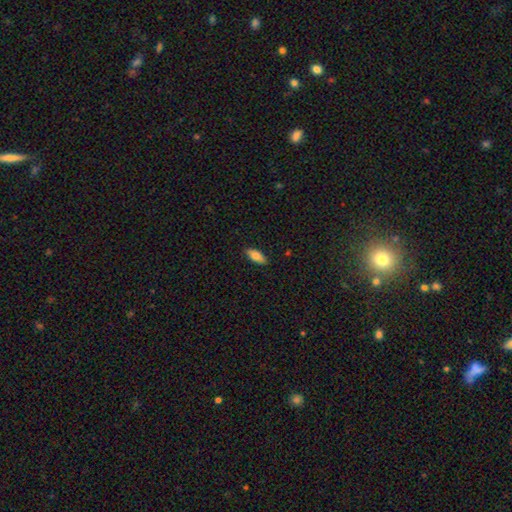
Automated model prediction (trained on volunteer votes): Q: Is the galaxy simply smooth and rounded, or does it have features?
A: smooth — 82%.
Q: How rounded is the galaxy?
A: in between — 78%.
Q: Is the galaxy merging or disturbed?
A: none — 87%.